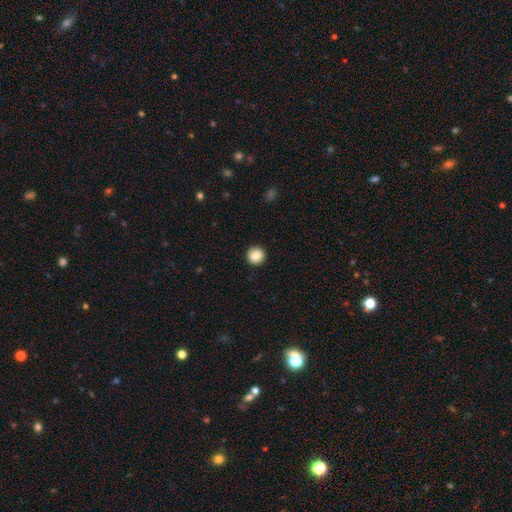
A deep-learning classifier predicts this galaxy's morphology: smooth 87%, star or artifact 8%, featured or disk 5%. Down the decision tree: how rounded — round (93%); merging — none (93%).